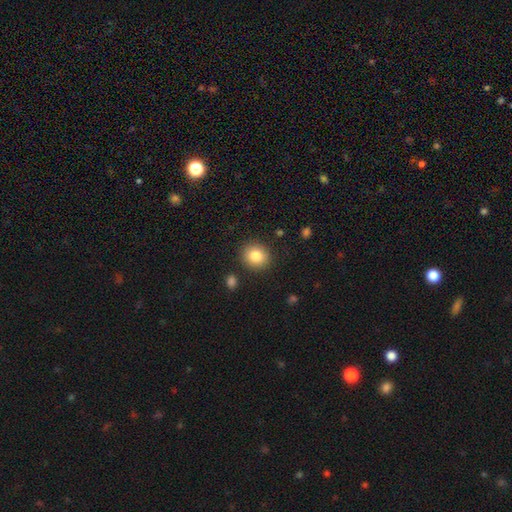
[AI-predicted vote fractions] Smooth or featured? Predicted: smooth (p=0.84). How rounded? Predicted: round (p=0.80). Merging? Predicted: none (p=0.88).